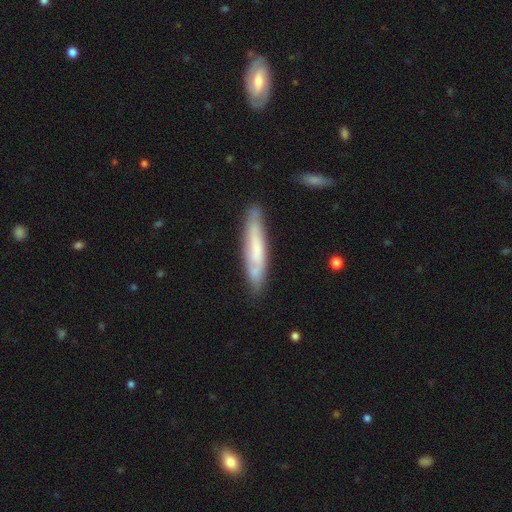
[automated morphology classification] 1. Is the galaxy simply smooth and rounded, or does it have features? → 47% smooth (tied), 47% featured or disk (tied), 7% star or artifact.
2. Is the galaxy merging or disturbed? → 78% none, 16% minor disturbance, 3% major disturbance, 3% merger.